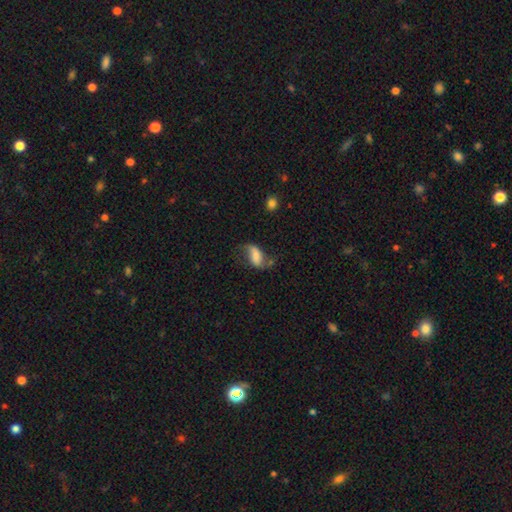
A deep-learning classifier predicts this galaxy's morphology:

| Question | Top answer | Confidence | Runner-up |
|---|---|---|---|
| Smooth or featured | smooth | 47% | featured or disk (43%) |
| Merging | none | 42% | minor disturbance (26%) |